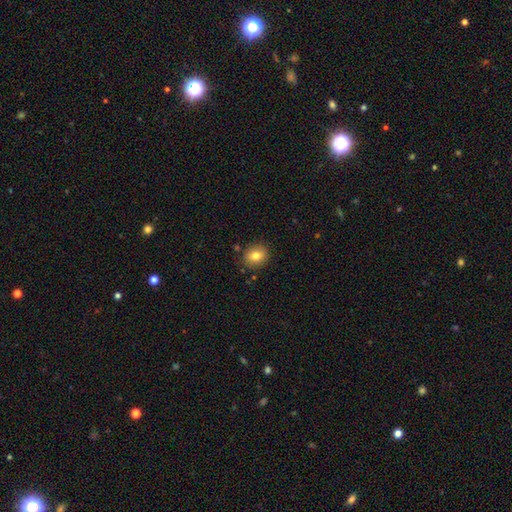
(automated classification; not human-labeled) Smooth or featured: smooth — 80% (featured or disk — 10%)
How rounded: round — 61% (in between — 38%)
Merging: none — 86% (minor disturbance — 9%)